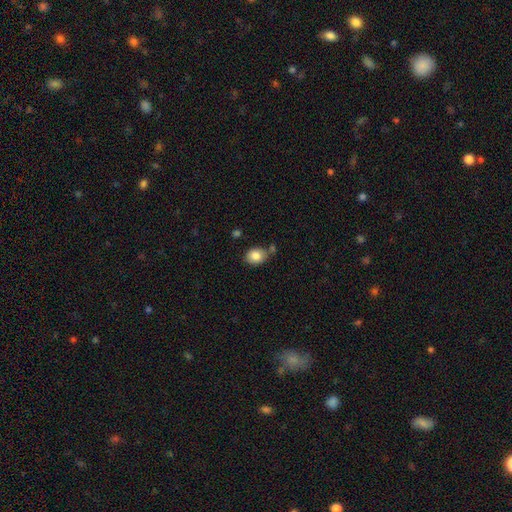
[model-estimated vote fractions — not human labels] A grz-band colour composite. It shows a smooth galaxy with no disk features (84%) that is in between round and cigar-shaped (51%). Merging: none (69%).